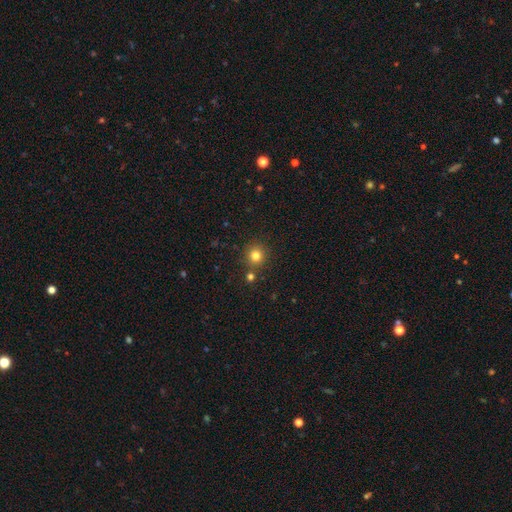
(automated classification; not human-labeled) Overall: smooth (80%). How rounded: round (92%). Merging: none (83%).